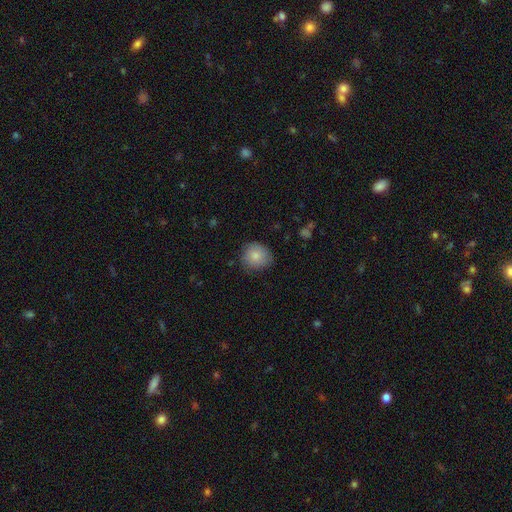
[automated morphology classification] This is clearly a smooth galaxy (83%). How rounded: likely round (79%). Merging: likely none (75%).